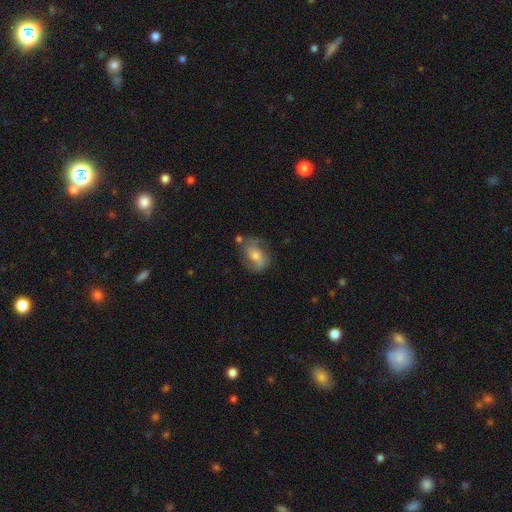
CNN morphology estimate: smooth_or_featured: featured or disk (p=0.67) [alt: smooth p=0.24]
disk_edge_on: no (p=0.96) [alt: yes p=0.04]
bar: no (p=0.52) [alt: weak p=0.36]
has_spiral_arms: yes (p=0.88) [alt: no p=0.12]
spiral_winding: medium (p=0.45) [alt: loose p=0.33]
spiral_arm_count: 2 (p=0.78) [alt: can't tell p=0.11]
bulge_size: moderate (p=0.53) [alt: small p=0.39]
merging: none (p=0.65) [alt: minor disturbance p=0.21]